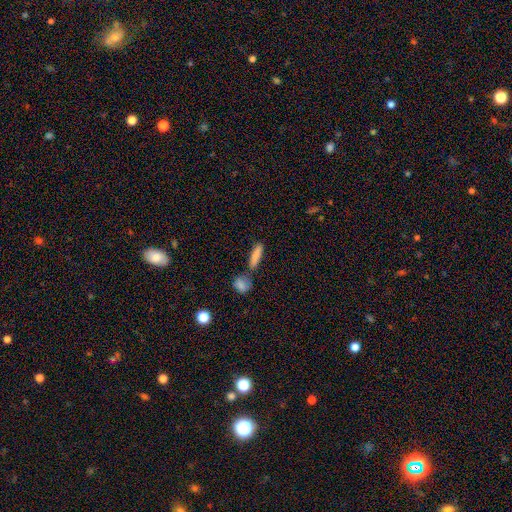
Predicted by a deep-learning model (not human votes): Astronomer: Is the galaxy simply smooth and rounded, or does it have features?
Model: smooth — 84%.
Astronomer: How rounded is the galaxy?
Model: cigar-shaped — 71%.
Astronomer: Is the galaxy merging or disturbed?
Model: none — 64%.